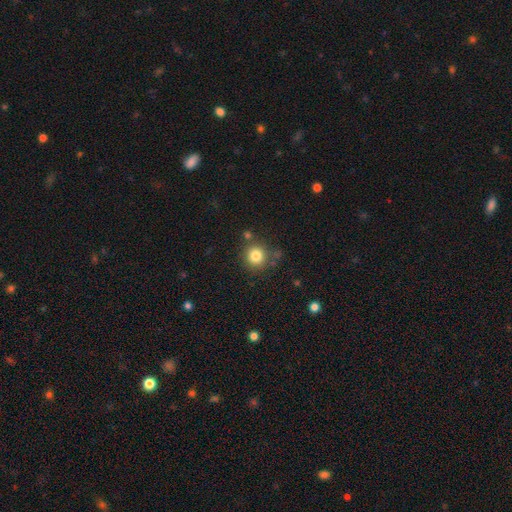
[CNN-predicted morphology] This is clearly a smooth galaxy (82%). How rounded: clearly round (90%). Merging: likely none (76%).